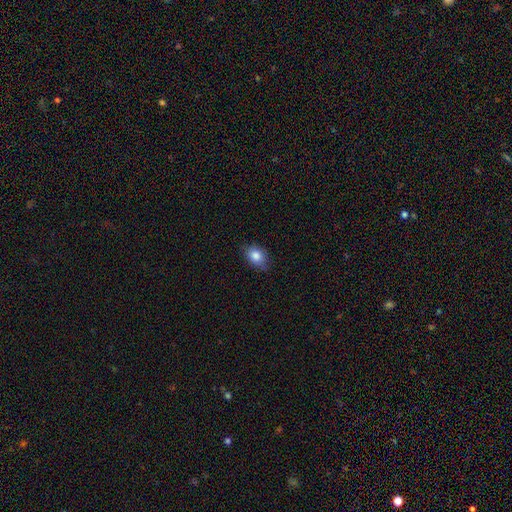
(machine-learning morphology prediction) type=smooth (84%); roundness=in between (74%); merging=none (76%).